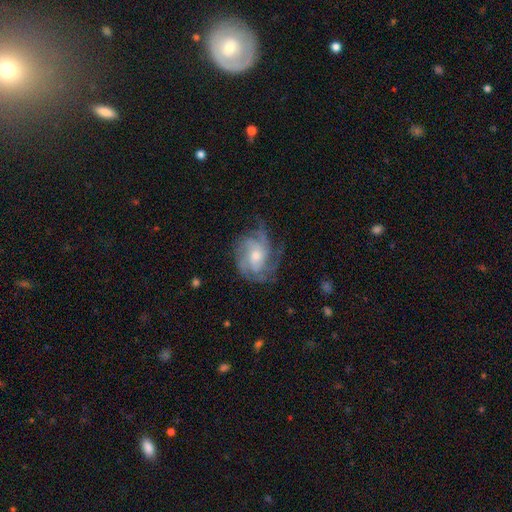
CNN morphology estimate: This is clearly a featured or disk galaxy (81%). It is clearly not viewed edge-on (97%). Bar: likely no (68%). Spiral arm pattern: clearly yes (94%). Spiral arm count: marginally can't tell (27%). Spiral winding: possibly tight (50%). Central bulge: possibly moderate (52%). Merging: likely none (66%).